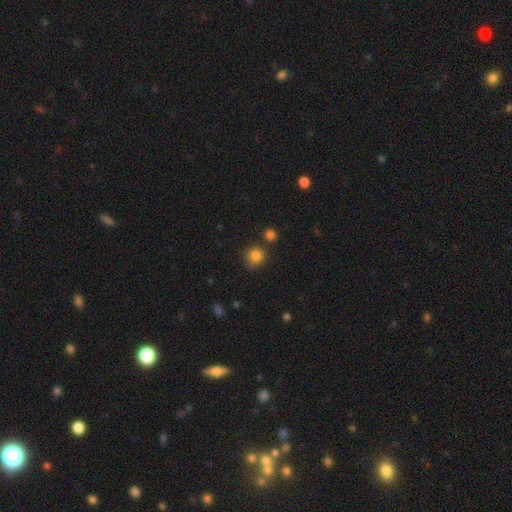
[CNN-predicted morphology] Q: Smooth or featured?
A: smooth (84%); runner-up: star or artifact (11%)
Q: How rounded?
A: round (90%); runner-up: in between (9%)
Q: Merging?
A: none (73%); runner-up: minor disturbance (15%)